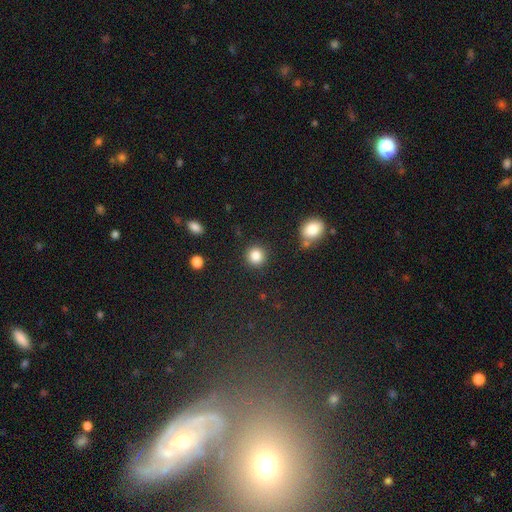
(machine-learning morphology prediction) A smooth galaxy with no disk features (86%) that is round (91%).

Vote fractions:
- Smooth or featured? smooth: 86% / star or artifact: 10% / featured or disk: 4%
- How rounded? round: 91% / in between: 8% / cigar-shaped: 1%
- Merging? none: 88% / minor disturbance: 7% / merger: 3% / major disturbance: 3%